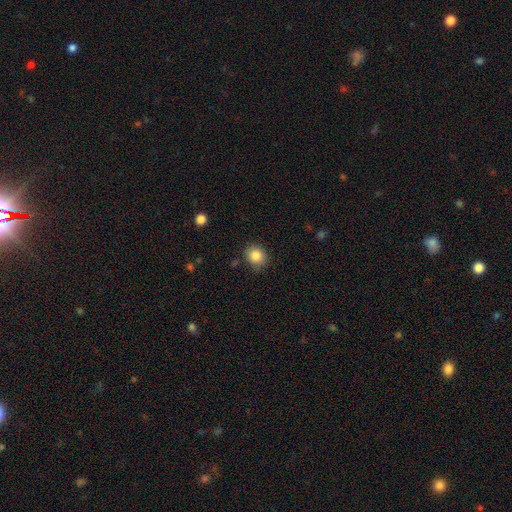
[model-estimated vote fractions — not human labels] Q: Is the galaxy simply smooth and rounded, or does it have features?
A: smooth — 85%.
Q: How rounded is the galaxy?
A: round — 77%.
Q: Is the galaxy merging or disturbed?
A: none — 84%.